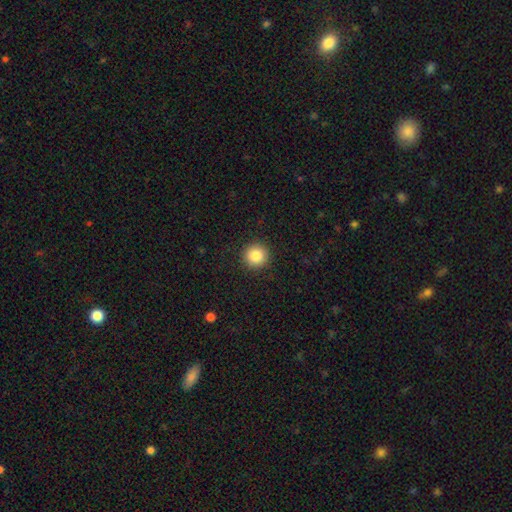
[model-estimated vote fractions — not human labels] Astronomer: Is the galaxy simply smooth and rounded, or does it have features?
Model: smooth — 85%.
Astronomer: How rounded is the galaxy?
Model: round — 95%.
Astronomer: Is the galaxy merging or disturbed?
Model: none — 92%.